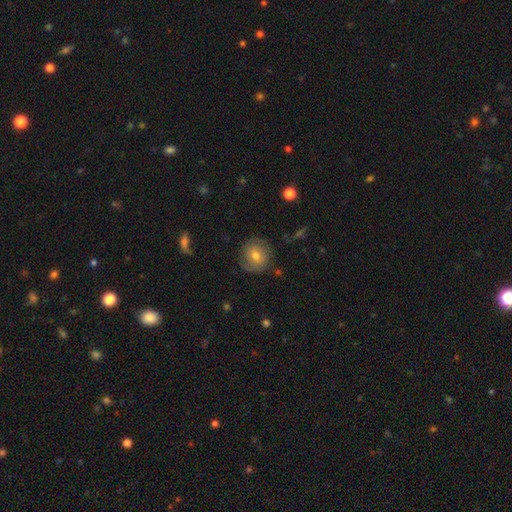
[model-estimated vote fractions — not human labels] The model was most divided on "smooth or featured": smooth: 59%, featured or disk: 31%, star or artifact: 10%. More confident: how rounded — round (86%); merging — none (78%).